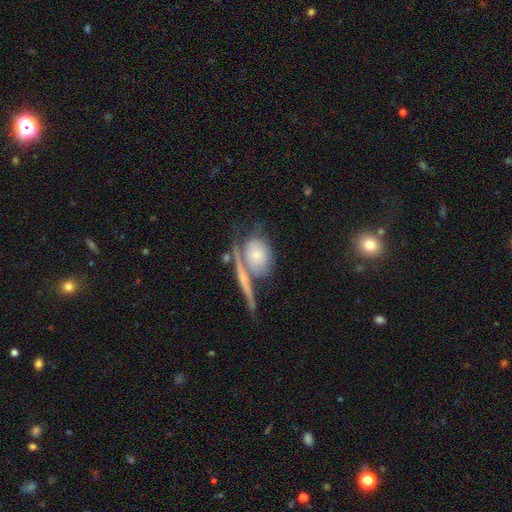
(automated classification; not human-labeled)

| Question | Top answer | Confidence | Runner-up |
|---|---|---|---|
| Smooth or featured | smooth | 47% | featured or disk (46%) |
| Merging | none | 39% | merger (34%) |